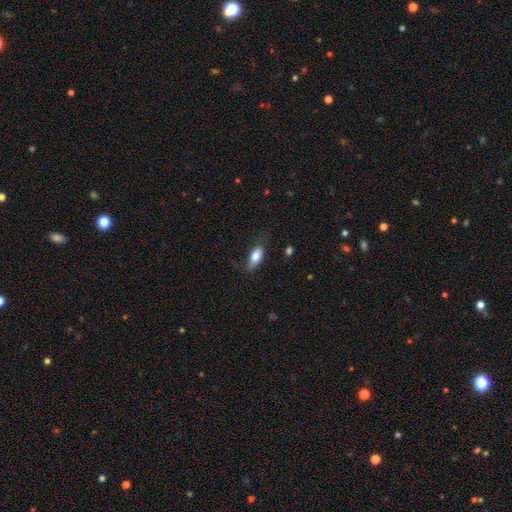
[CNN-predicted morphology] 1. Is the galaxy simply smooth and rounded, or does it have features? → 80% smooth, 13% featured or disk, 7% star or artifact.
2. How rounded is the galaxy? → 85% in between, 12% cigar-shaped, 4% round.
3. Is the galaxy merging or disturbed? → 66% none, 24% minor disturbance, 8% major disturbance, 1% merger.